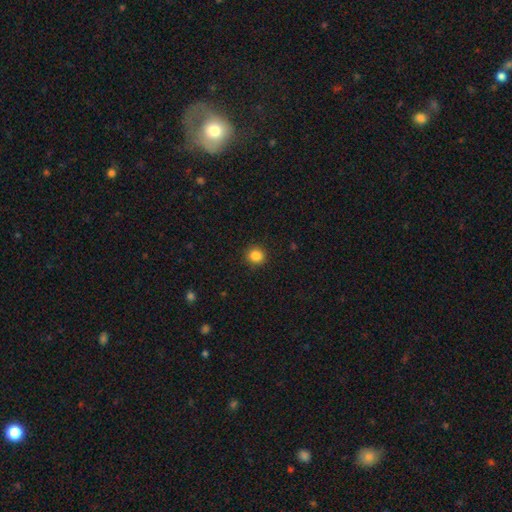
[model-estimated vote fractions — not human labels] A smooth galaxy with no disk features (85%) that is round (88%).

Vote fractions:
- Smooth or featured? smooth: 85% / star or artifact: 11% / featured or disk: 4%
- How rounded? round: 88% / in between: 11% / cigar-shaped: 1%
- Merging? none: 91% / minor disturbance: 6% / major disturbance: 2% / merger: 1%